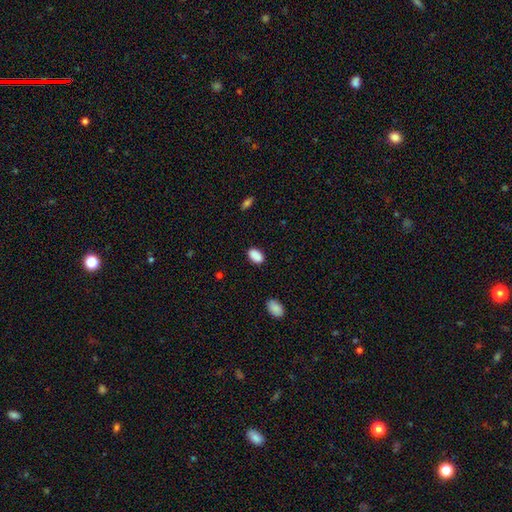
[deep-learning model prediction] This appears to be a smooth galaxy with no disk features (88%) that is in between round and cigar-shaped (90%). Merging: none (80%).